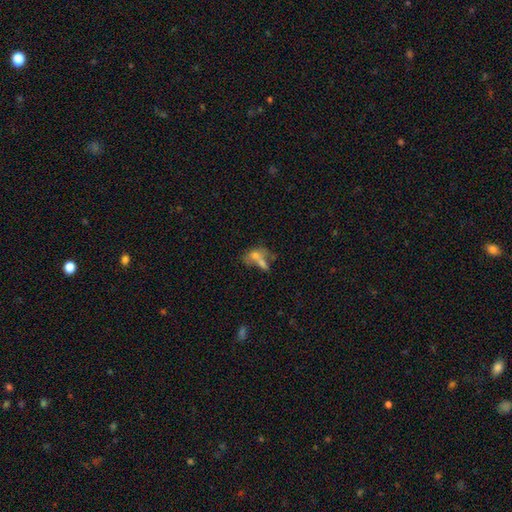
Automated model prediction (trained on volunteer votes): smooth_or_featured: smooth (p=0.50) [alt: featured or disk p=0.33]
how_rounded: in between (p=0.69) [alt: round p=0.18]
merging: merger (p=0.47) [alt: none p=0.27]